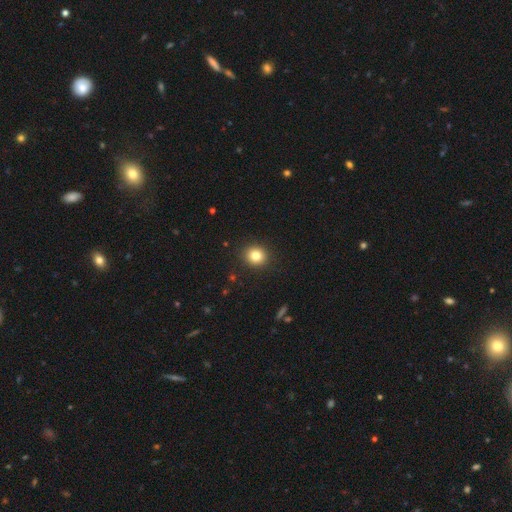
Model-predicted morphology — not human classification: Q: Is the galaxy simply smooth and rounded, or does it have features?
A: smooth — 81%.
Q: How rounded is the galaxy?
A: round — 86%.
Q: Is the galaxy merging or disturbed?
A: none — 91%.